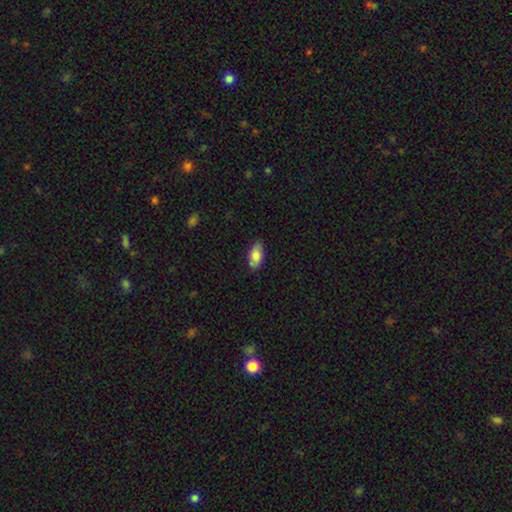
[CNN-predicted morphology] type=smooth (79%); roundness=in between (92%); merging=none (80%).